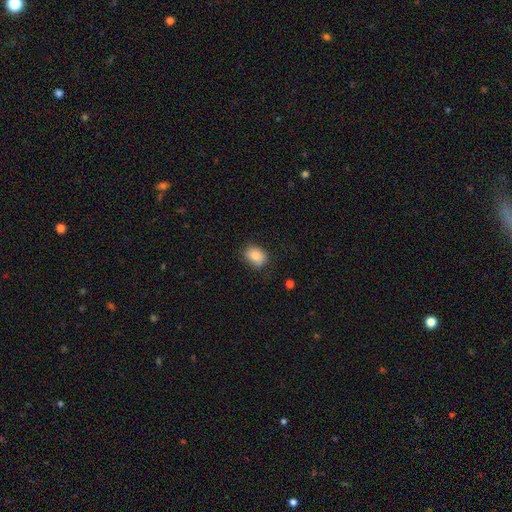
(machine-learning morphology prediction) Smooth or featured? smooth (86%)
How rounded? in between (69%)
Merging? none (74%)